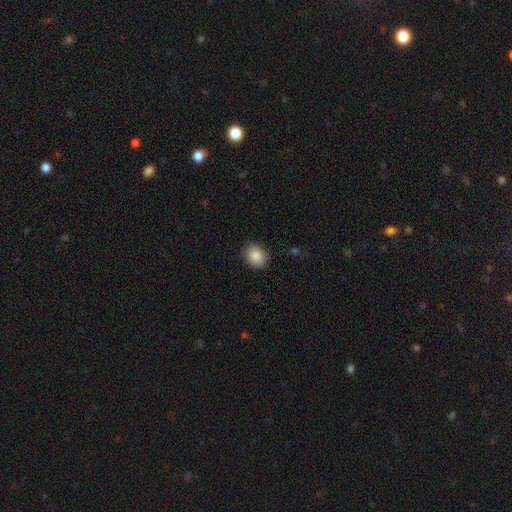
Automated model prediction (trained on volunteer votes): smooth-or-featured: smooth: 88% | star or artifact: 8% | featured or disk: 4%
  how-rounded: round: 58% | in between: 41% | cigar-shaped: 1%
  merging: none: 88% | minor disturbance: 9% | major disturbance: 2% | merger: 1%